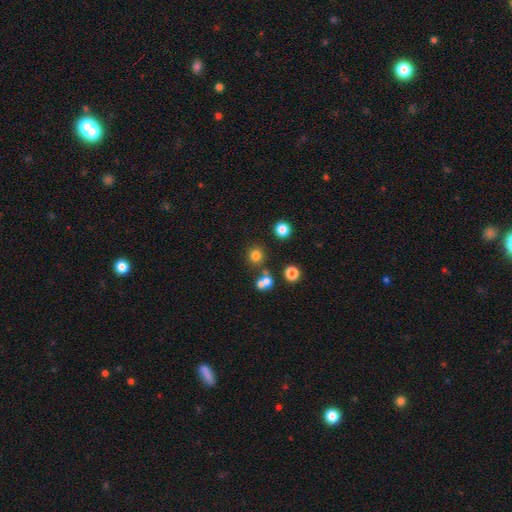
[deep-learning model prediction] Morphology: type=smooth (75%); roundness=round (92%); merging=none (75%).